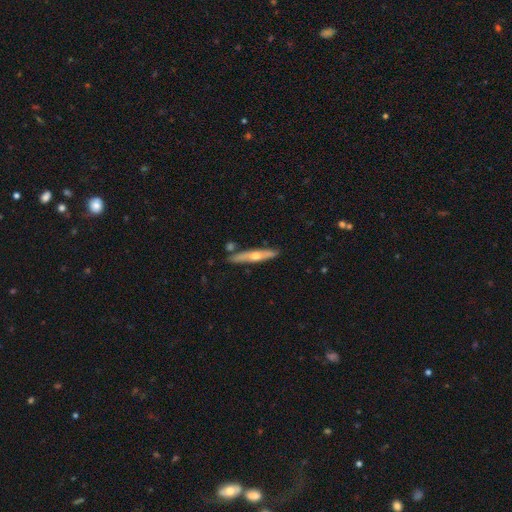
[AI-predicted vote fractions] Smooth or featured? Predicted: featured or disk (p=0.59). Edge-on disk? Predicted: yes (p=0.93). Edge-on bulge? Predicted: rounded (p=0.89). Merging? Predicted: none (p=0.84).